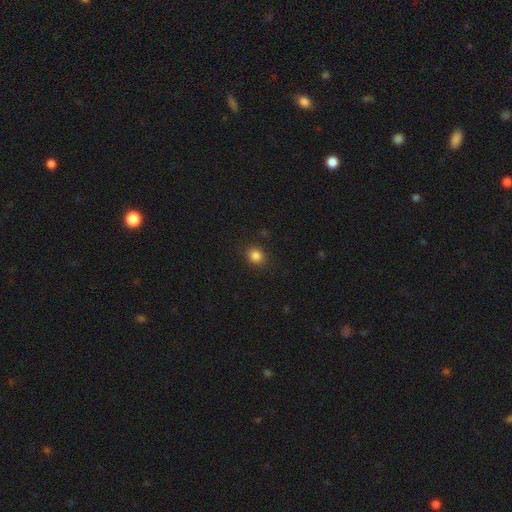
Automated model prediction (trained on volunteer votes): Smooth or featured? smooth (85%)
How rounded? round (79%)
Merging? none (89%)